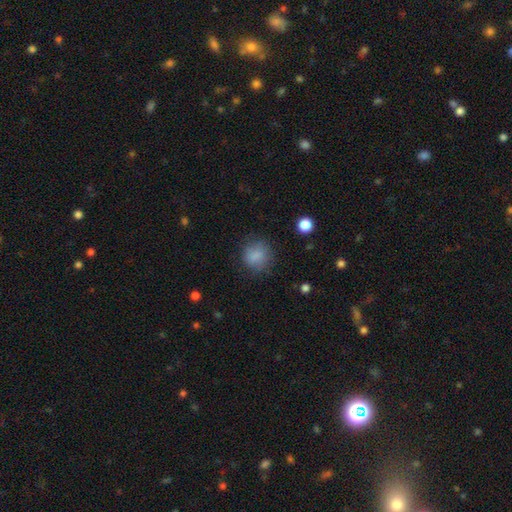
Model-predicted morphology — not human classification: Overall: smooth (83%). How rounded: round (81%). Merging: none (76%).